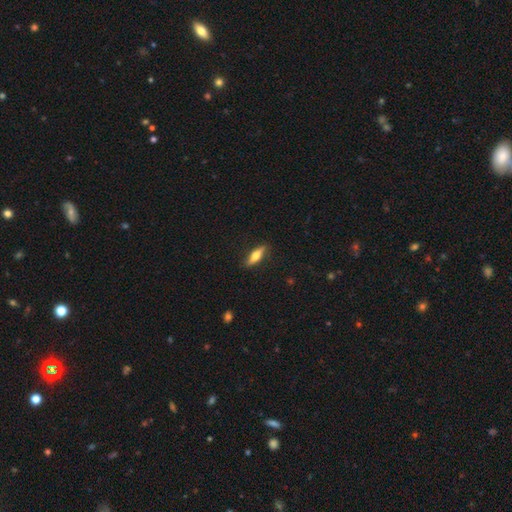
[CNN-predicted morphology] smooth-or-featured: smooth: 58% | featured or disk: 36% | star or artifact: 6%
  how-rounded: cigar-shaped: 60% | in between: 37% | round: 3%
  merging: none: 86% | minor disturbance: 10% | major disturbance: 2% | merger: 1%